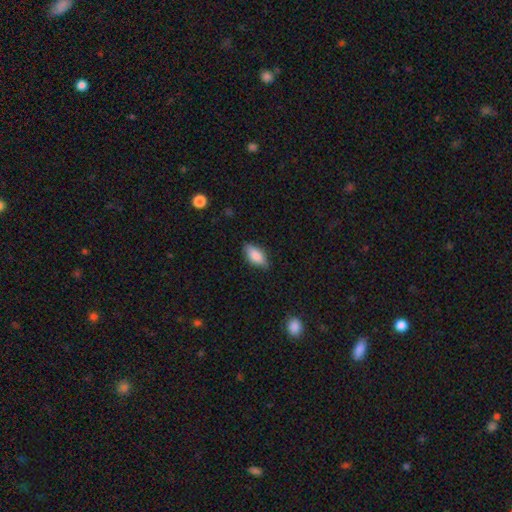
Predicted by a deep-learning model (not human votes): A smooth galaxy with no disk features (82%) that is in between round and cigar-shaped (85%).

Vote fractions:
- Smooth or featured? smooth: 82% / featured or disk: 11% / star or artifact: 7%
- How rounded? in between: 85% / cigar-shaped: 11% / round: 3%
- Merging? none: 80% / minor disturbance: 16% / major disturbance: 3% / merger: 1%